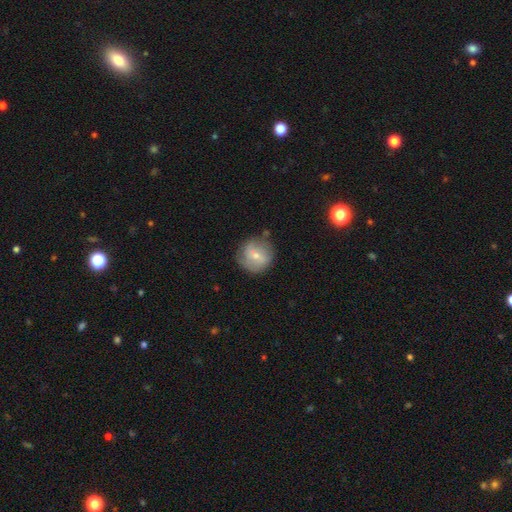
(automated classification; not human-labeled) The model was most divided on "smooth or featured": smooth: 56%, featured or disk: 36%, star or artifact: 8%. More confident: how rounded — round (89%); merging — none (67%).